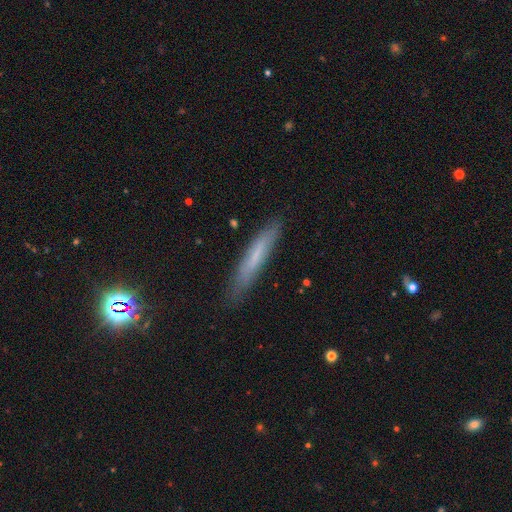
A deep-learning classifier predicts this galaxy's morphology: Smooth or featured? smooth (58%)
How rounded? cigar-shaped (91%)
Merging? none (82%)